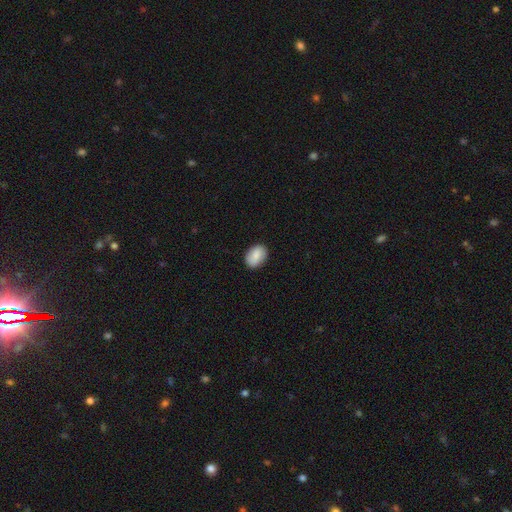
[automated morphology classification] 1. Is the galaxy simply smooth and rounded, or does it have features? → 79% smooth, 14% featured or disk, 7% star or artifact.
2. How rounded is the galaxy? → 80% in between, 19% round, 1% cigar-shaped.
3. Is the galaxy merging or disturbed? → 86% none, 10% minor disturbance, 2% major disturbance, 1% merger.